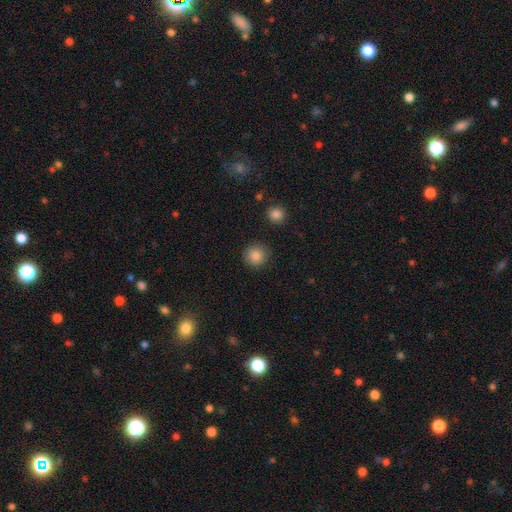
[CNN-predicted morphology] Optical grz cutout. It shows a smooth galaxy with no disk features (87%) that is round (93%). Merging: none (89%).